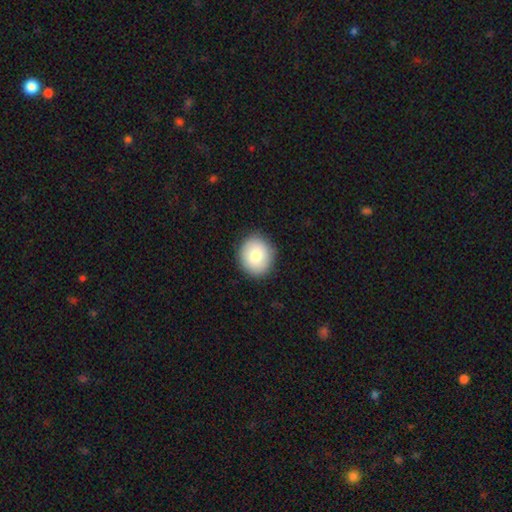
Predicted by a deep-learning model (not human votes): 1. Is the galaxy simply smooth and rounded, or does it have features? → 80% smooth, 12% featured or disk, 8% star or artifact.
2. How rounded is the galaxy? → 74% round, 25% in between, 1% cigar-shaped.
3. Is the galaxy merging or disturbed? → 88% none, 9% minor disturbance, 2% major disturbance, 1% merger.